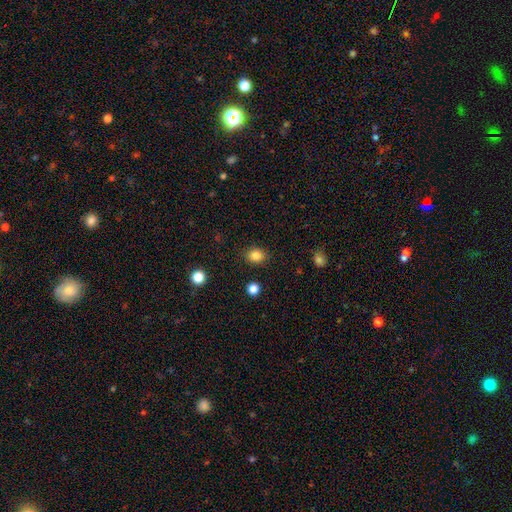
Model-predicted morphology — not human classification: smooth-or-featured: smooth: 84% | star or artifact: 11% | featured or disk: 5%
  how-rounded: round: 54% | in between: 45% | cigar-shaped: 1%
  merging: none: 88% | minor disturbance: 8% | major disturbance: 2% | merger: 1%